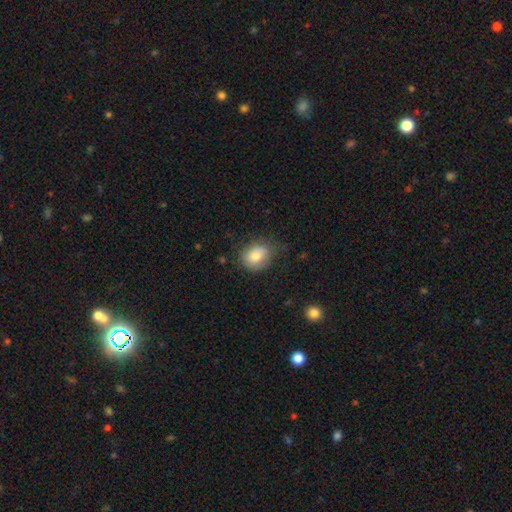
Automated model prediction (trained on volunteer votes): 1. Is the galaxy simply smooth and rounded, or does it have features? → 80% smooth, 12% featured or disk, 8% star or artifact.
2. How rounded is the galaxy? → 56% round, 43% in between, 1% cigar-shaped.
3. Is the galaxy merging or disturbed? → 66% none, 25% minor disturbance, 7% major disturbance, 2% merger.